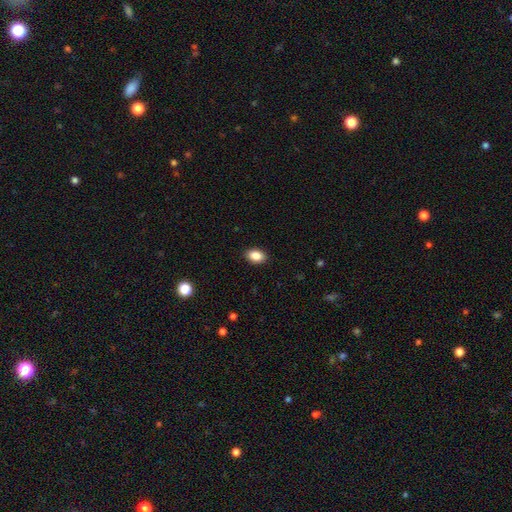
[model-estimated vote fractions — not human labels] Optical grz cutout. It shows a smooth galaxy with no disk features (87%) that is in between round and cigar-shaped (87%). Merging: none (89%).